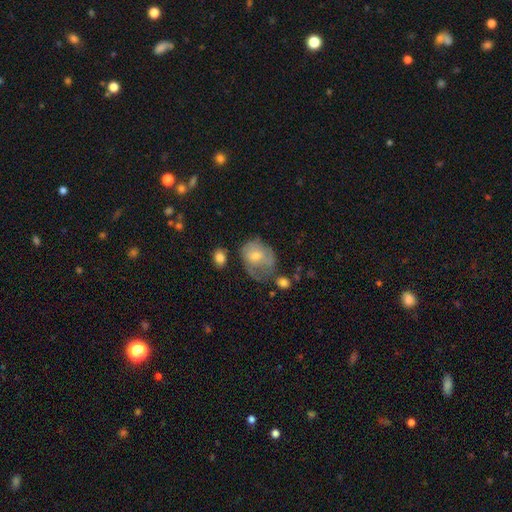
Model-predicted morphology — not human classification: featured or disk 47%, smooth 44%, star or artifact 10%. Down the decision tree: merging — none (35%).